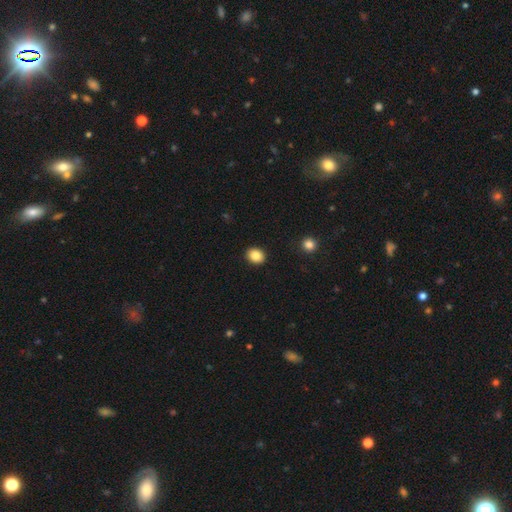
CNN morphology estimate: smooth-or-featured: smooth: 87% | star or artifact: 9% | featured or disk: 4%
  how-rounded: round: 55% | in between: 44% | cigar-shaped: 1%
  merging: none: 91% | minor disturbance: 6% | major disturbance: 2% | merger: 1%